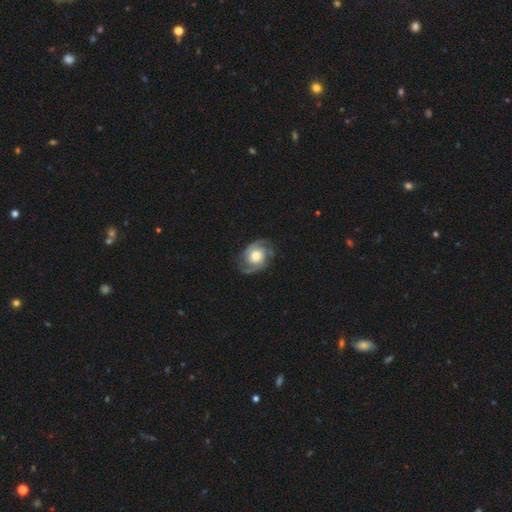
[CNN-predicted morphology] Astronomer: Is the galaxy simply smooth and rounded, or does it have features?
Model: featured or disk — 85%.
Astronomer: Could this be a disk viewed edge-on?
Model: no — 98%.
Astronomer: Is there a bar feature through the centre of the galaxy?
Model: no — 72%.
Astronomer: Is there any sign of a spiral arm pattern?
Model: yes — 96%.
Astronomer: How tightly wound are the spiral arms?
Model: medium — 44% (runner-up: tight, 43%).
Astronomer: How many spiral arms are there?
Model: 2 — 79%.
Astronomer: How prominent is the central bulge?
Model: moderate — 43%, tied with large at 43%.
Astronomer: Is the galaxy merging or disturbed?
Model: none — 76%.